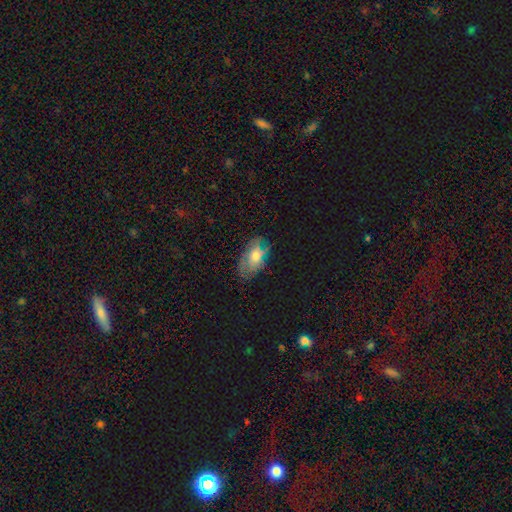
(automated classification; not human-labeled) smooth 45%, featured or disk 42%, star or artifact 13%. Down the decision tree: merging — none (62%).